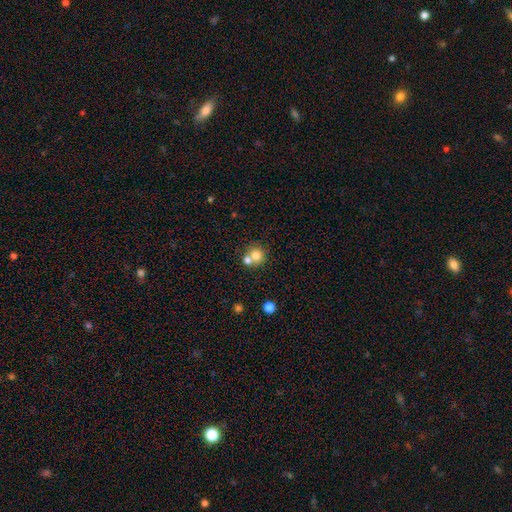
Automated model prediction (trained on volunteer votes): Smooth or featured? smooth (76%)
How rounded? round (87%)
Merging? none (48%)